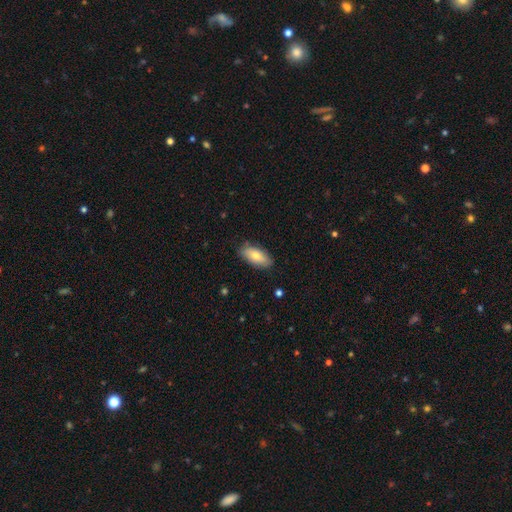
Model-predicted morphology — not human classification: smooth 77%, featured or disk 17%, star or artifact 6%. Down the decision tree: how rounded — in between (87%); merging — none (84%).